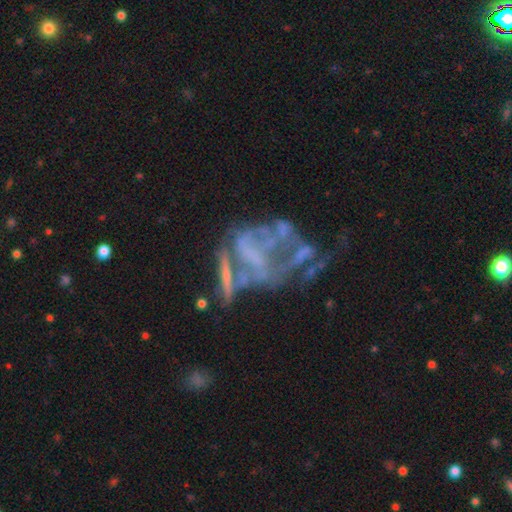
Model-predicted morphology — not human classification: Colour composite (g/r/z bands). It shows a featured or disk galaxy (70%) with no bar (78%), no spiral arms (77%) and no central bulge (75%). Merging: major disturbance (41%).